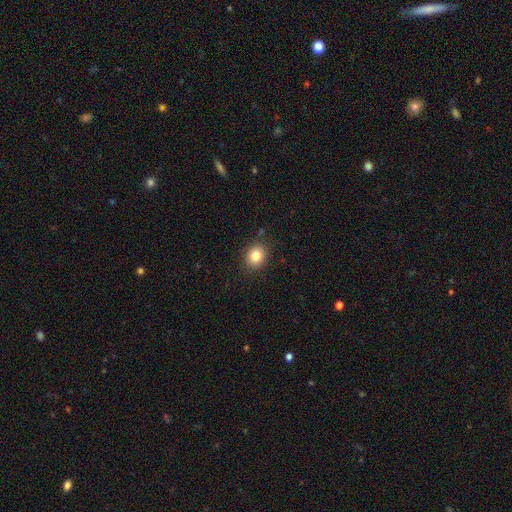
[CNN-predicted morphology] smooth-or-featured: smooth: 82% | star or artifact: 10% | featured or disk: 7%
  how-rounded: round: 60% | in between: 39% | cigar-shaped: 1%
  merging: none: 87% | minor disturbance: 9% | major disturbance: 2% | merger: 1%